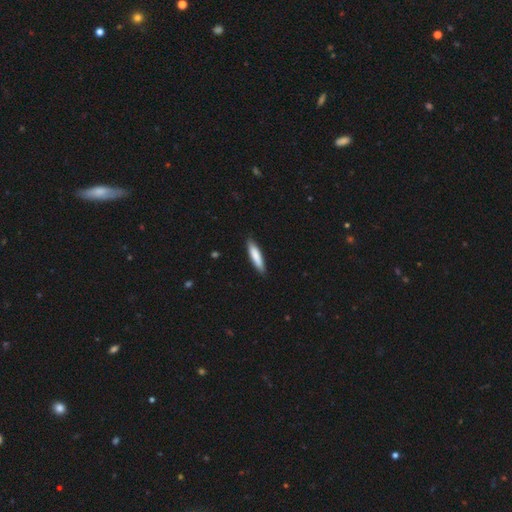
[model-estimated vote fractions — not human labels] A smooth galaxy with no disk features (80%) that is cigar-shaped (82%).

Vote fractions:
- Smooth or featured? smooth: 80% / featured or disk: 15% / star or artifact: 5%
- How rounded? cigar-shaped: 82% / in between: 17% / round: 1%
- Merging? none: 86% / minor disturbance: 11% / major disturbance: 2% / merger: 1%